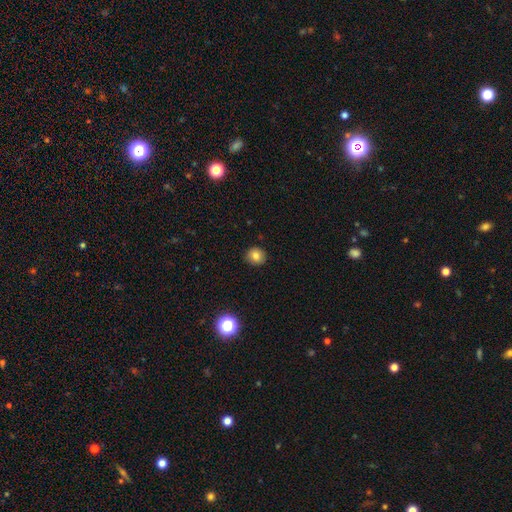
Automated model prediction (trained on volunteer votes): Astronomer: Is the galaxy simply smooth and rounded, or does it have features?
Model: smooth — 81%.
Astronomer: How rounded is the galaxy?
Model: round — 87%.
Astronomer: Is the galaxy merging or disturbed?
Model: none — 90%.